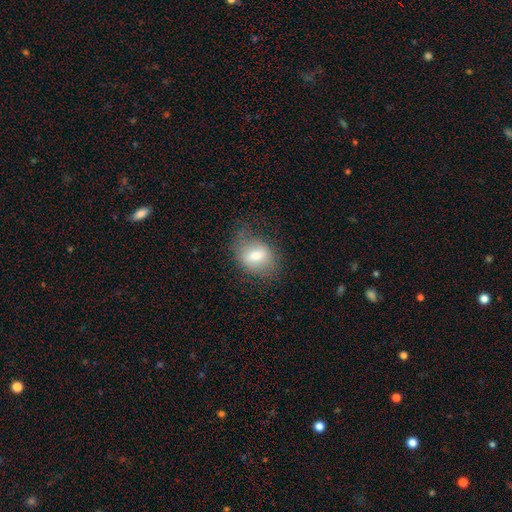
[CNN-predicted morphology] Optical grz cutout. It shows a smooth galaxy with no disk features (65%) that is in between round and cigar-shaped (60%). Merging: none (65%).